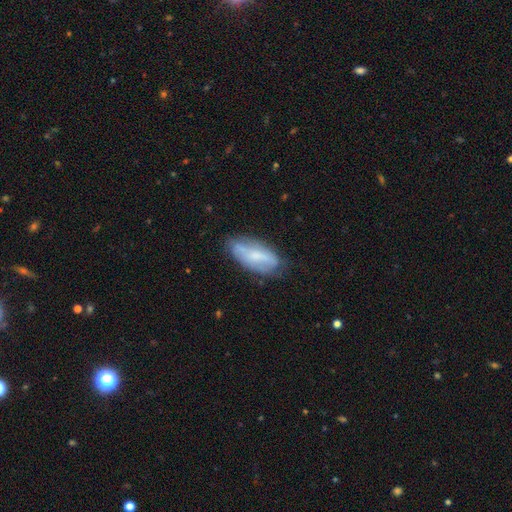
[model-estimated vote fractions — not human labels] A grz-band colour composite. It shows a smooth galaxy with no disk features (51%) that is in between round and cigar-shaped (82%). Merging: none (63%).